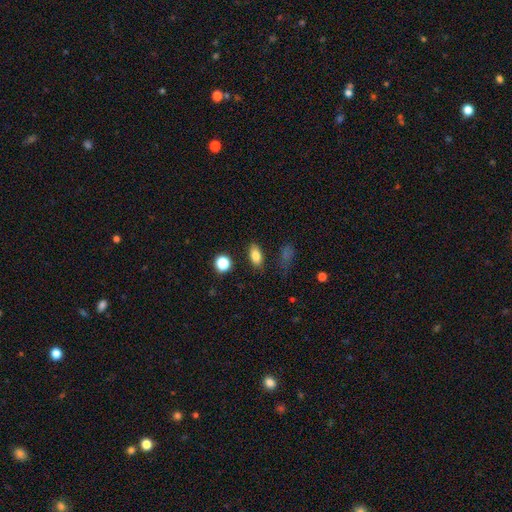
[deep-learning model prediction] The model was most divided on "smooth or featured": smooth: 82%, star or artifact: 10%, featured or disk: 8%. More confident: how rounded — in between (85%); merging — none (84%).